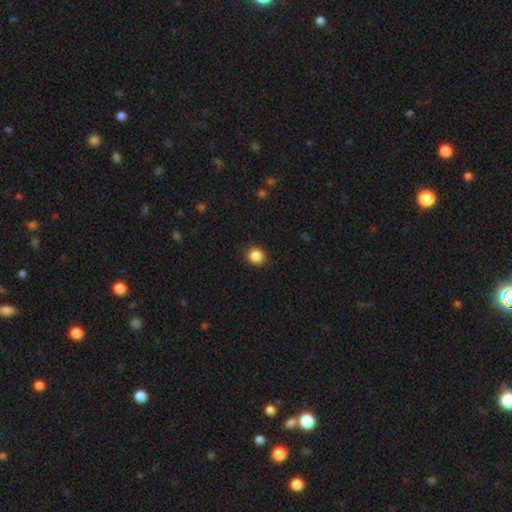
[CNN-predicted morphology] This is clearly a smooth galaxy (86%). How rounded: clearly round (87%). Merging: clearly none (90%).